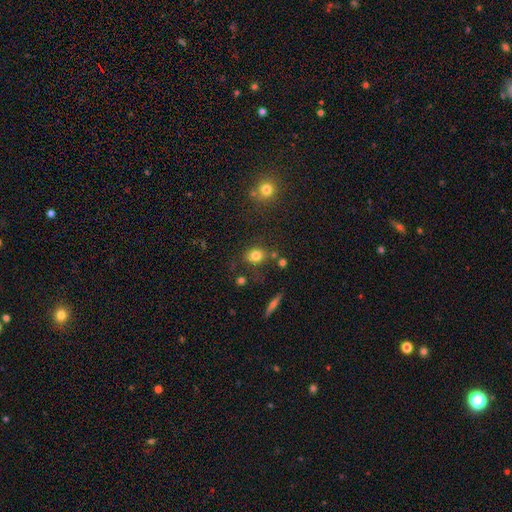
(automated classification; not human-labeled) This appears to be a smooth galaxy with no disk features (78%) that is round (53%). Merging: none (74%).